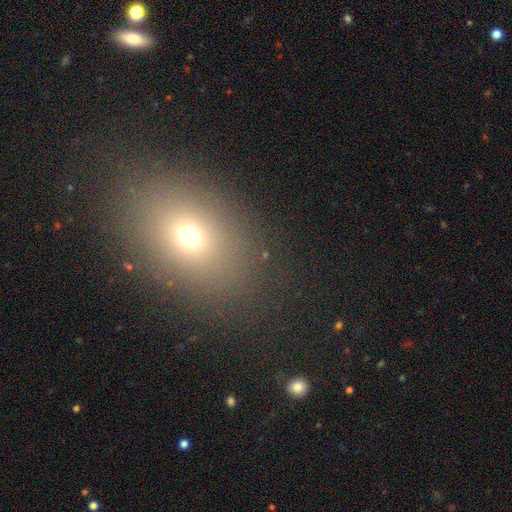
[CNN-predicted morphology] This appears to be a smooth galaxy with no disk features (65%) that is in between round and cigar-shaped (65%). Merging: none (85%).